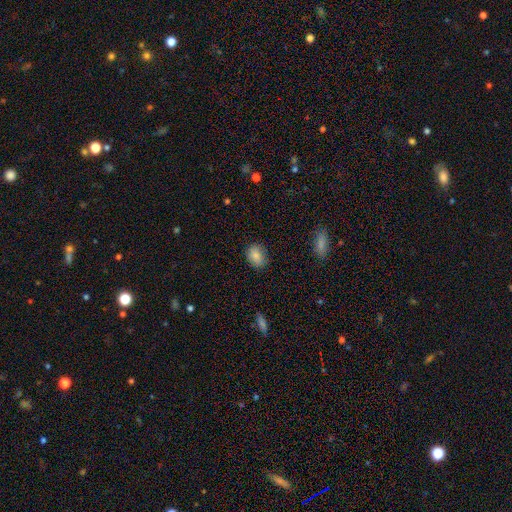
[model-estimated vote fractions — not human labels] This appears to be a smooth galaxy with no disk features (85%) that is in between round and cigar-shaped (65%). Merging: none (82%).